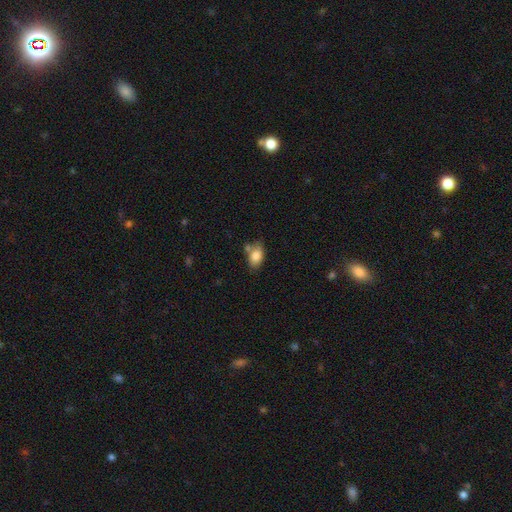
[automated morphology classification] Q: Smooth or featured?
A: smooth (83%); runner-up: featured or disk (9%)
Q: How rounded?
A: in between (88%); runner-up: round (10%)
Q: Merging?
A: none (57%); runner-up: minor disturbance (20%)